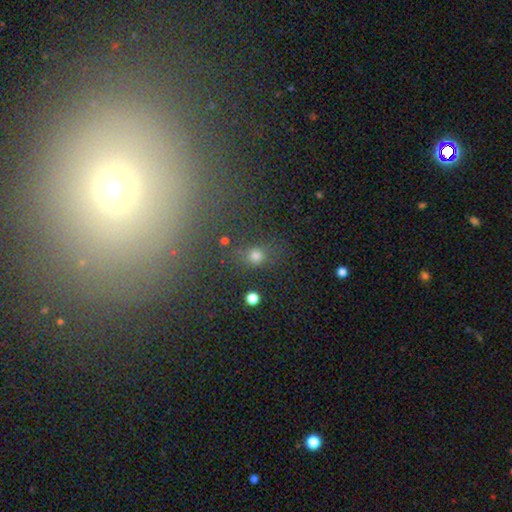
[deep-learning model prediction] Smooth or featured?
  - smooth: 71% *
  - star or artifact: 21%
  - featured or disk: 8%
How rounded?
  - round: 76% *
  - in between: 21%
  - cigar-shaped: 3%
Merging?
  - none: 69% *
  - minor disturbance: 13%
  - major disturbance: 9%
  - merger: 9%